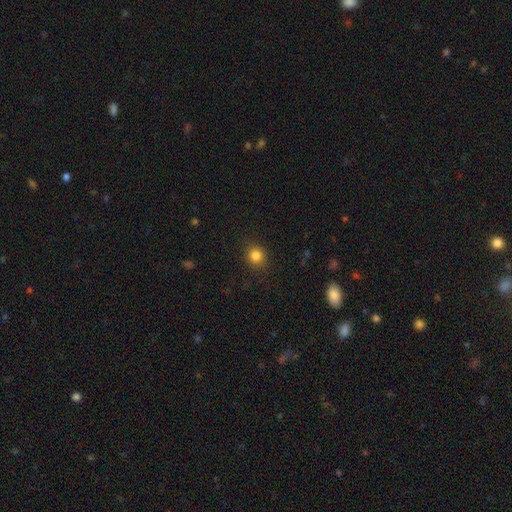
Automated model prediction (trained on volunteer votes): The model was most divided on "how rounded": round: 84%, in between: 15%, cigar-shaped: 1%. More confident: merging — none (87%); smooth or featured — smooth (84%).